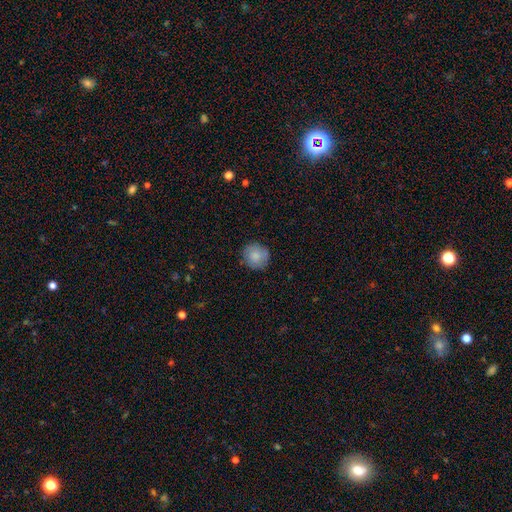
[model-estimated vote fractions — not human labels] smooth 83%, featured or disk 10%, star or artifact 7%. Down the decision tree: how rounded — round (91%); merging — none (85%).